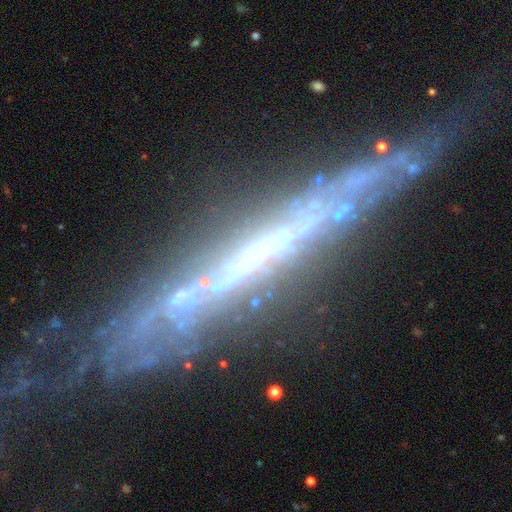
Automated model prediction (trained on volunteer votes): Smooth or featured? Predicted: featured or disk (p=0.80). Edge-on disk? Predicted: yes (p=0.76). Edge-on bulge? Predicted: none (p=0.74). Merging? Predicted: none (p=0.52).